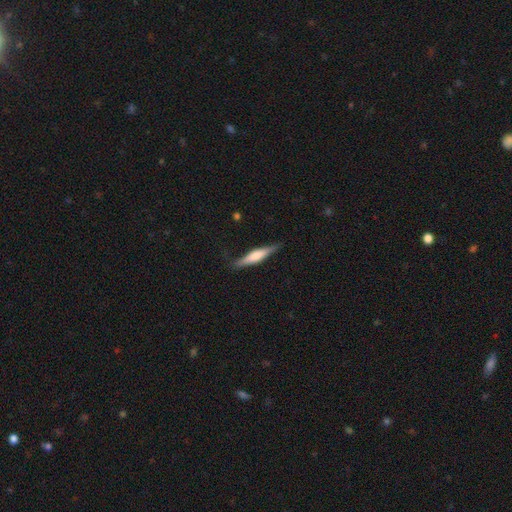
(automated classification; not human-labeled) The model was most divided on "smooth or featured": featured or disk: 51%, smooth: 43%, star or artifact: 6%. More confident: edge-on disk — yes (94%); merging — none (80%).